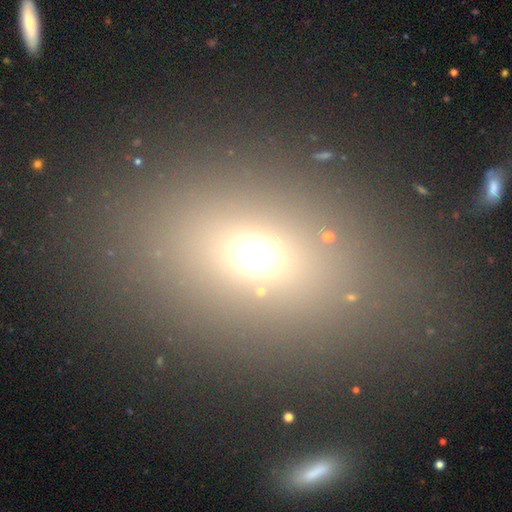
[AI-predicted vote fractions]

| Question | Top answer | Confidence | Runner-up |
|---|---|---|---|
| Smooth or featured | smooth | 64% | star or artifact (24%) |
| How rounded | in between | 60% | round (37%) |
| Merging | none | 79% | minor disturbance (10%) |